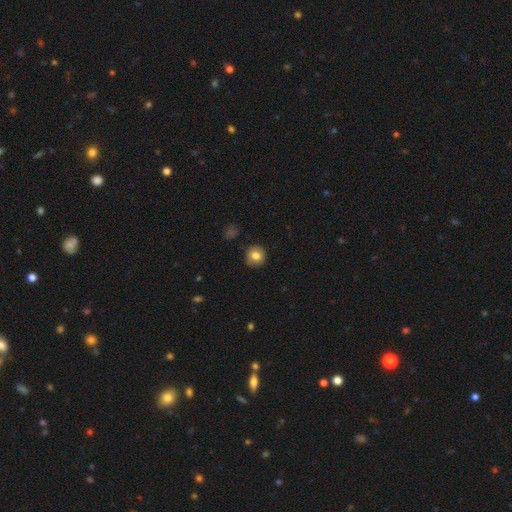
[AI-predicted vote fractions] Smooth or featured? smooth (80%)
How rounded? round (89%)
Merging? none (87%)